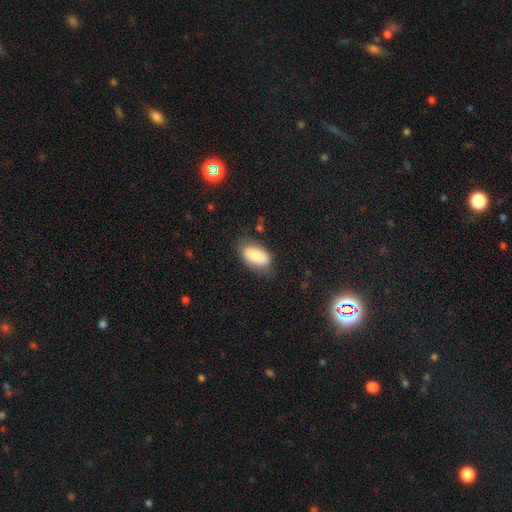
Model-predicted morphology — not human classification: Q: Smooth or featured?
A: smooth (83%); runner-up: featured or disk (10%)
Q: How rounded?
A: in between (92%); runner-up: cigar-shaped (5%)
Q: Merging?
A: none (66%); runner-up: minor disturbance (25%)